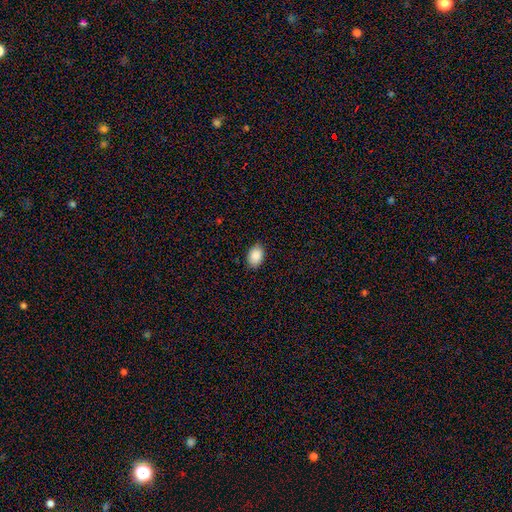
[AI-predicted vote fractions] Overall: smooth (89%). How rounded: in between (86%). Merging: none (86%).